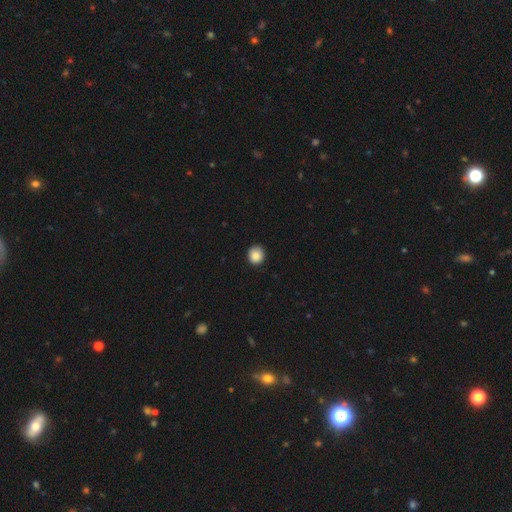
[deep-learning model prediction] This is clearly a smooth galaxy (86%). How rounded: clearly round (87%). Merging: clearly none (88%).